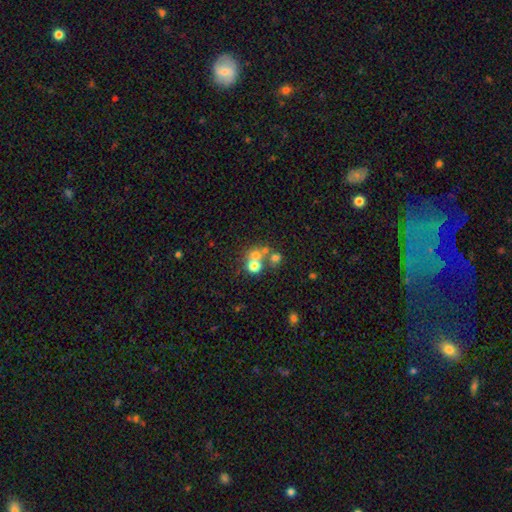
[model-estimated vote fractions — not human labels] smooth-or-featured: smooth: 60% | star or artifact: 21% | featured or disk: 19%
  how-rounded: round: 83% | in between: 16% | cigar-shaped: 1%
  merging: none: 44% (tied) | merger: 44% (tied) | minor disturbance: 7% | major disturbance: 5%